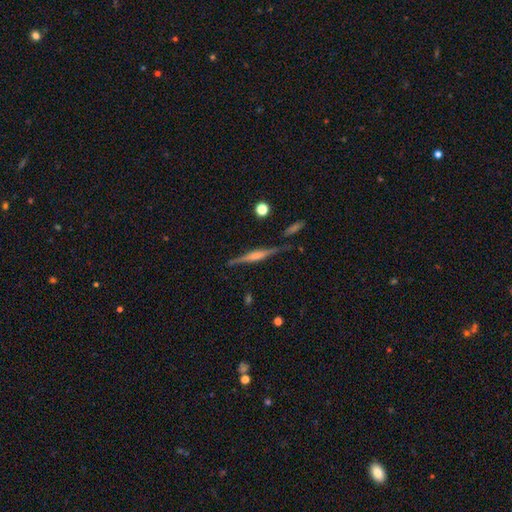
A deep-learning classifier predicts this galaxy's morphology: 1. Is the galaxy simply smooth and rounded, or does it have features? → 74% featured or disk, 19% smooth, 7% star or artifact.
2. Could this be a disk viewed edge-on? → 97% yes, 3% no.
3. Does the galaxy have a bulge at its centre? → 56% rounded, 31% boxy, 13% none.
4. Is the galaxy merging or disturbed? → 79% none, 13% minor disturbance, 5% merger, 4% major disturbance.